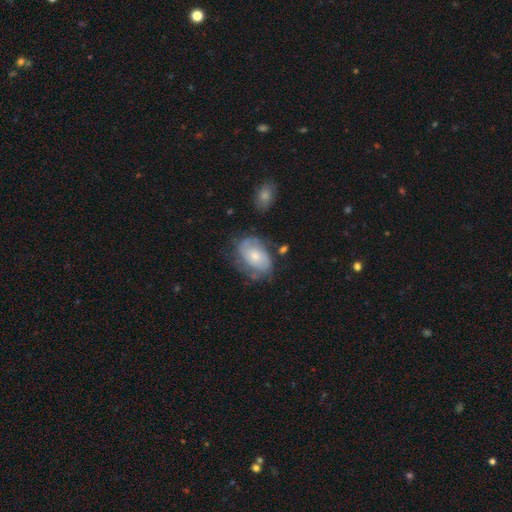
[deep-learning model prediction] featured or disk 58%, smooth 35%, star or artifact 7%. Down the decision tree: edge-on disk — no (96%); bar — no (77%); spiral arms — yes (77%); bulge size — small (49%); merging — none (57%).